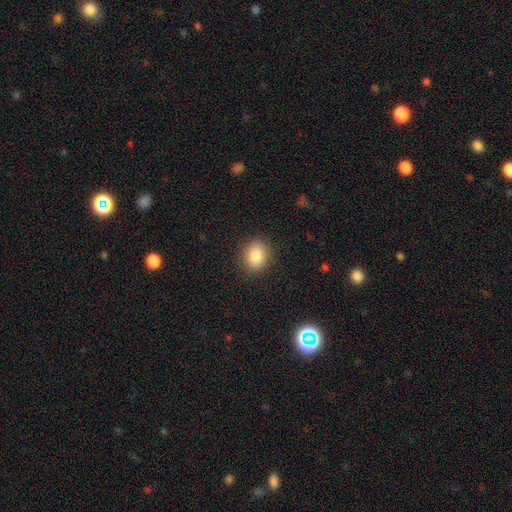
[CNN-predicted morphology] Smooth or featured? Predicted: smooth (p=0.84). How rounded? Predicted: round (p=0.53). Merging? Predicted: none (p=0.88).